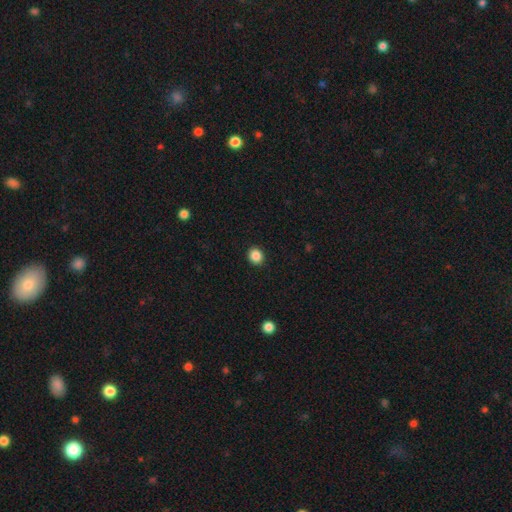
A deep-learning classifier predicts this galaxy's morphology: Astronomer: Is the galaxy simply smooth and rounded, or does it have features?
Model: smooth — 87%.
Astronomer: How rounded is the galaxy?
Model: round — 79%.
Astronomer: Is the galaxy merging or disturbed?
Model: none — 92%.